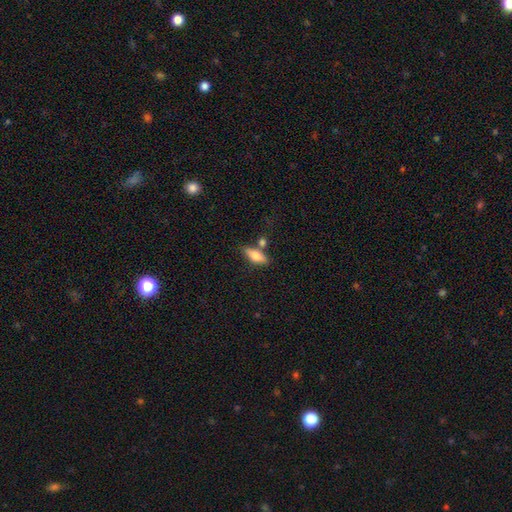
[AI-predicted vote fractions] Smooth or featured?
  - smooth: 71% *
  - featured or disk: 23%
  - star or artifact: 7%
How rounded?
  - in between: 65% *
  - cigar-shaped: 32%
  - round: 3%
Merging?
  - none: 68% *
  - merger: 15%
  - minor disturbance: 14%
  - major disturbance: 4%